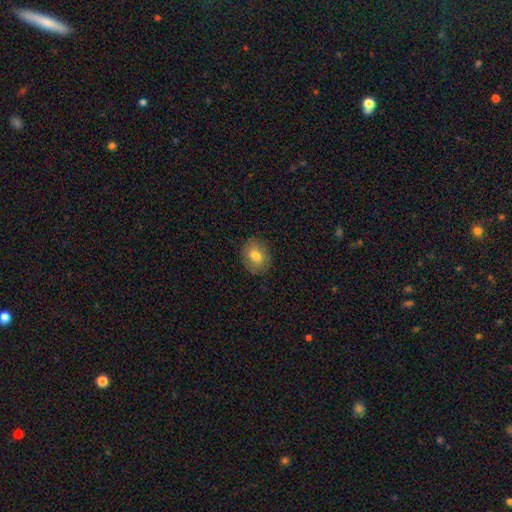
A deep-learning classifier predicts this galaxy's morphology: A smooth galaxy with no disk features (77%) that is in between round and cigar-shaped (51%).

Vote fractions:
- Smooth or featured? smooth: 77% / featured or disk: 15% / star or artifact: 9%
- How rounded? in between: 51% / round: 48% / cigar-shaped: 1%
- Merging? none: 84% / minor disturbance: 12% / major disturbance: 3% / merger: 1%